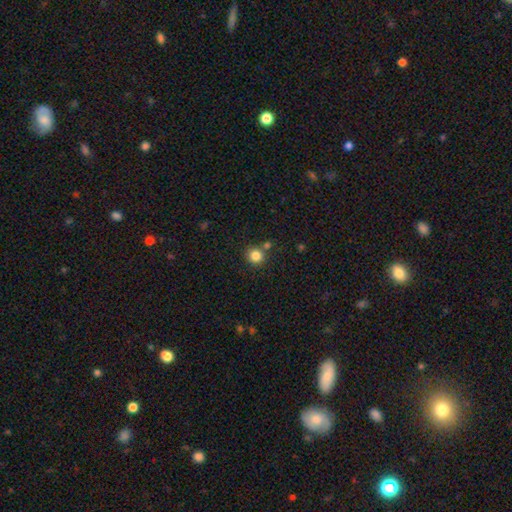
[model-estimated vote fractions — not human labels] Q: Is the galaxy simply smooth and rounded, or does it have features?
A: smooth — 84%.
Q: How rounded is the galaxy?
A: round — 92%.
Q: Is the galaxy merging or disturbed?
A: none — 79%.